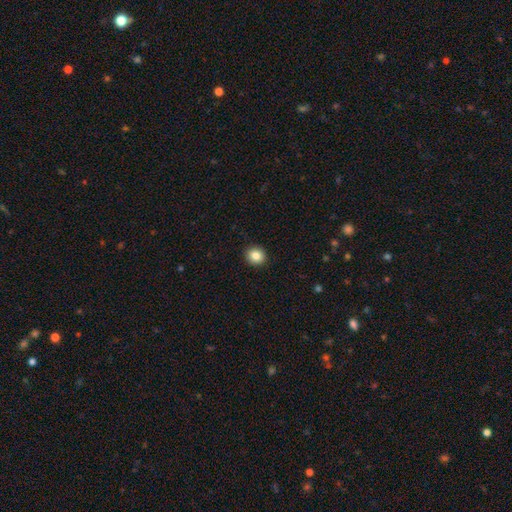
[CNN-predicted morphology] smooth 86%, star or artifact 10%, featured or disk 5%. Down the decision tree: how rounded — round (84%); merging — none (92%).